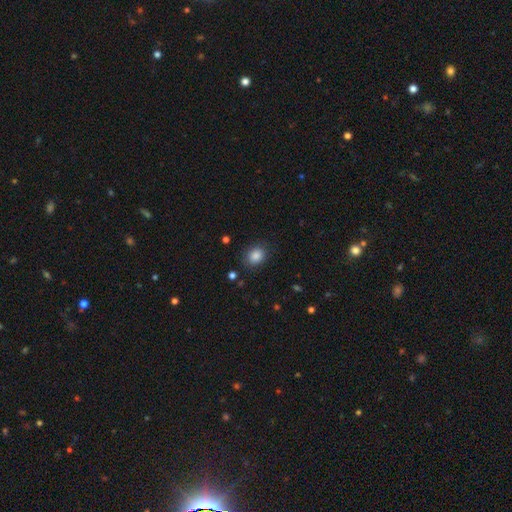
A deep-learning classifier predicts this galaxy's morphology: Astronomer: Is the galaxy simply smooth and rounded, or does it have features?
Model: smooth — 86%.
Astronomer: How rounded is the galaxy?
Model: round — 53% (runner-up: in between, 46%).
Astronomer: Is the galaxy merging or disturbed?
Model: none — 83%.